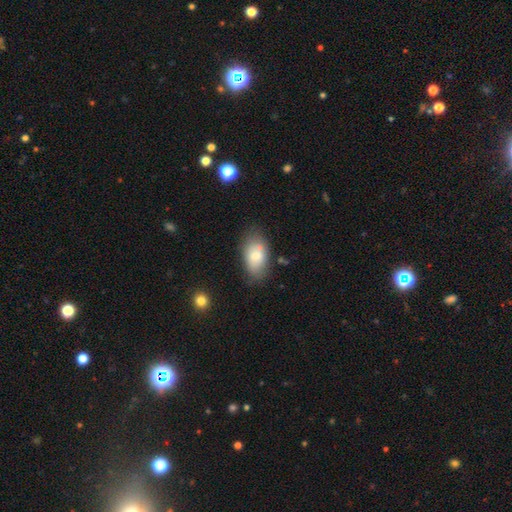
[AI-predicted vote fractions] smooth_or_featured: smooth (p=0.75) [alt: featured or disk p=0.18]
how_rounded: in between (p=0.93) [alt: round p=0.05]
merging: none (p=0.65) [alt: minor disturbance p=0.23]